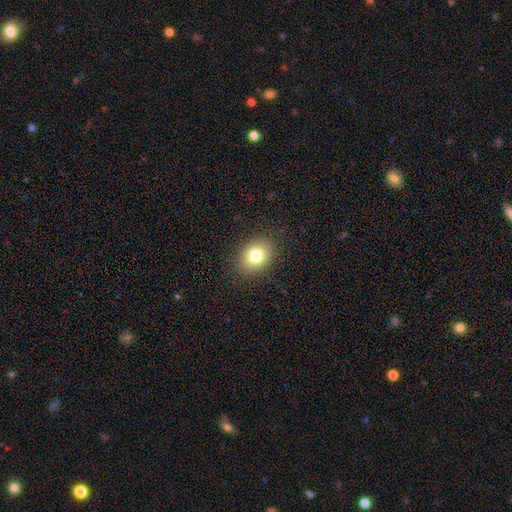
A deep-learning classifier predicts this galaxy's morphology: This appears to be a smooth galaxy with no disk features (79%) that is in between round and cigar-shaped (63%). Merging: none (87%).